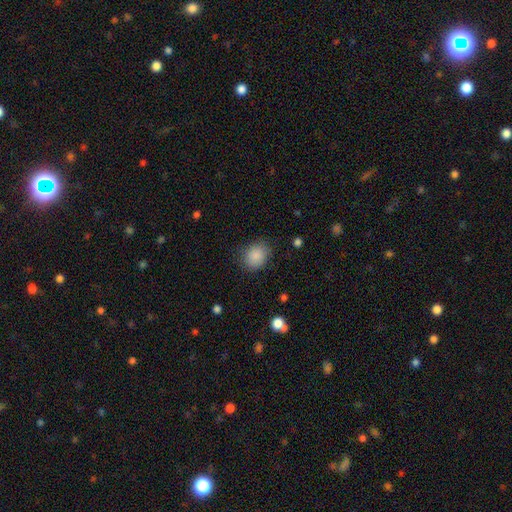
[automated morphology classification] smooth_or_featured: smooth (p=0.88) [alt: star or artifact p=0.08]
how_rounded: round (p=0.61) [alt: in between p=0.38]
merging: none (p=0.80) [alt: minor disturbance p=0.14]